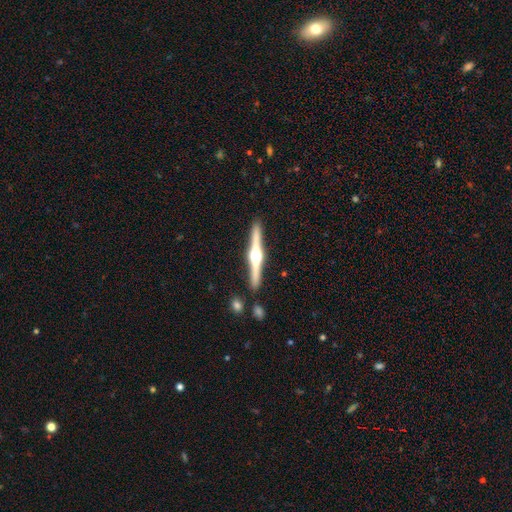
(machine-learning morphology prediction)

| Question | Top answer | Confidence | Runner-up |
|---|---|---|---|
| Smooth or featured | featured or disk | 83% | smooth (12%) |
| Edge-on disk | yes | 98% | no (2%) |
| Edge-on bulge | rounded | 95% | boxy (3%) |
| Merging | none | 89% | minor disturbance (7%) |